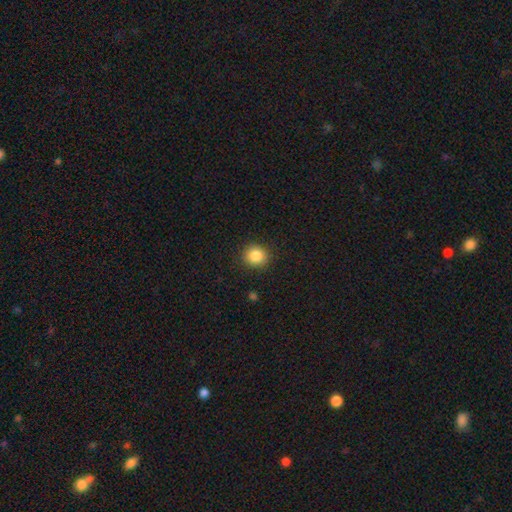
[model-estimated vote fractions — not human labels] Overall: smooth (86%). How rounded: round (86%). Merging: none (90%).